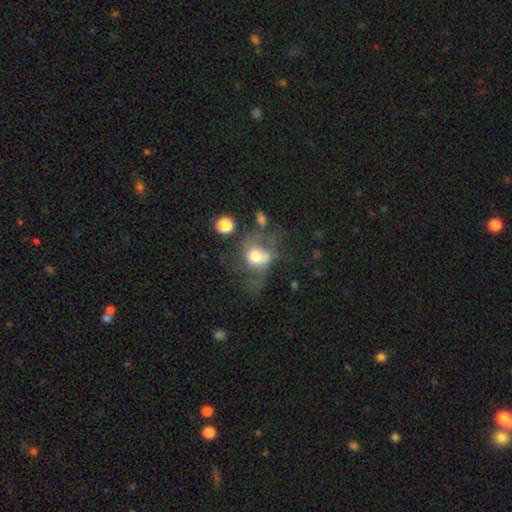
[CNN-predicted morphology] smooth_or_featured: smooth (p=0.55) [alt: featured or disk p=0.33]
how_rounded: round (p=0.61) [alt: in between p=0.38]
merging: major disturbance (p=0.41) [alt: none p=0.26]